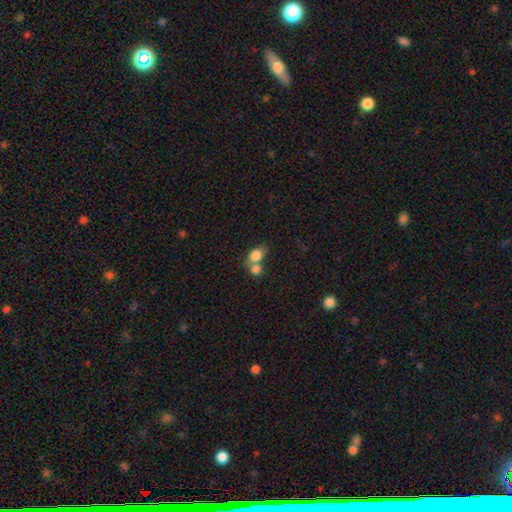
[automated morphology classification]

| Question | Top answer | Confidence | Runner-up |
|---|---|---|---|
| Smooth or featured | smooth | 80% | featured or disk (11%) |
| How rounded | in between | 58% | round (41%) |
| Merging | merger | 60% | none (28%) |